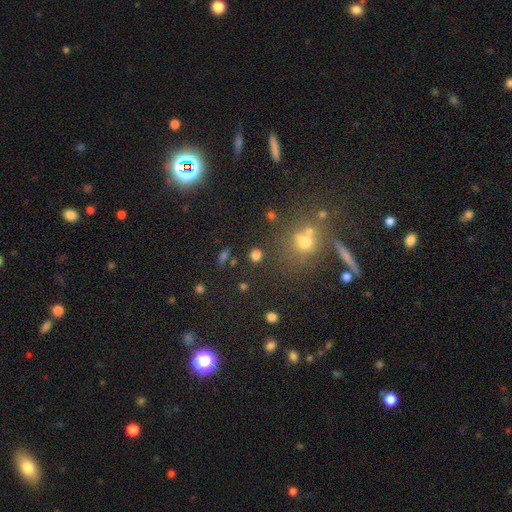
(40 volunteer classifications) A smooth galaxy with no disk features (85%) that is round (79%).

Vote fractions:
- Smooth or featured? smooth: 85% / star or artifact: 10% / featured or disk: 5%
- How rounded? round: 79% / in between: 21% / cigar-shaped: 0%
- Merging? none: 75% / merger: 17% / minor disturbance: 6% / major disturbance: 3%